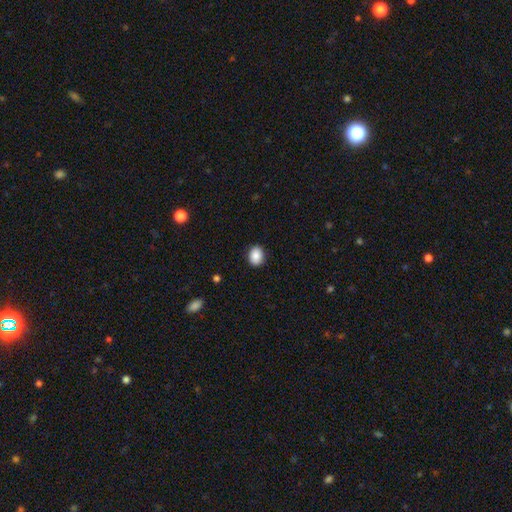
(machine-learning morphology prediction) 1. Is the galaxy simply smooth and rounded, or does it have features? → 89% smooth, 8% star or artifact, 4% featured or disk.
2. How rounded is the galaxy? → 58% in between, 41% round, 1% cigar-shaped.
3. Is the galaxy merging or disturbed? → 89% none, 8% minor disturbance, 2% major disturbance, 1% merger.